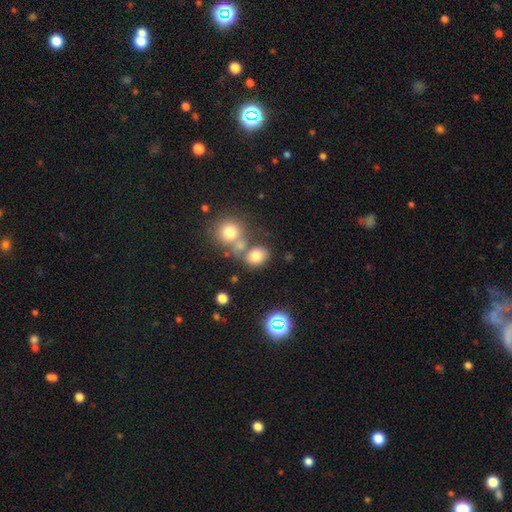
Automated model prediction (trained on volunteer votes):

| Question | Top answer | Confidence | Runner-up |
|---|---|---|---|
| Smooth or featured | smooth | 77% | star or artifact (14%) |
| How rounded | round | 58% | in between (41%) |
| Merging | none | 51% | merger (33%) |